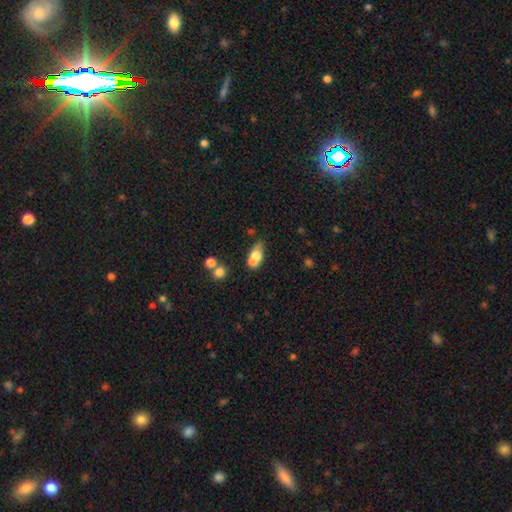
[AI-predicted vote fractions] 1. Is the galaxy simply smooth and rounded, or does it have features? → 67% smooth, 24% featured or disk, 9% star or artifact.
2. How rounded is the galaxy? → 76% in between, 17% round, 8% cigar-shaped.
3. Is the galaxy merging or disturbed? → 47% merger, 32% none, 15% minor disturbance, 7% major disturbance.